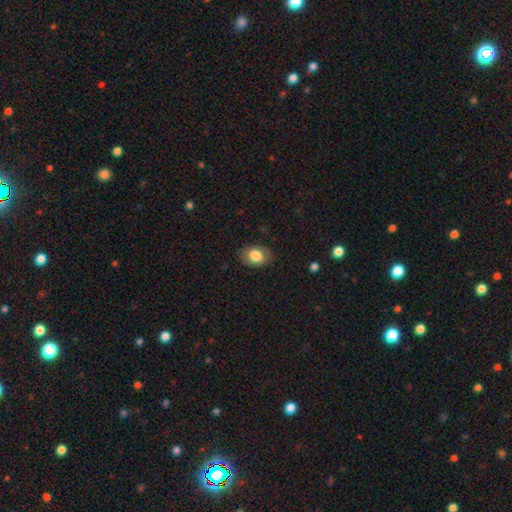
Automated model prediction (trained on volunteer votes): smooth-or-featured: smooth: 79% | featured or disk: 13% | star or artifact: 8%
  how-rounded: in between: 77% | round: 22% | cigar-shaped: 1%
  merging: none: 81% | minor disturbance: 14% | major disturbance: 4% | merger: 1%